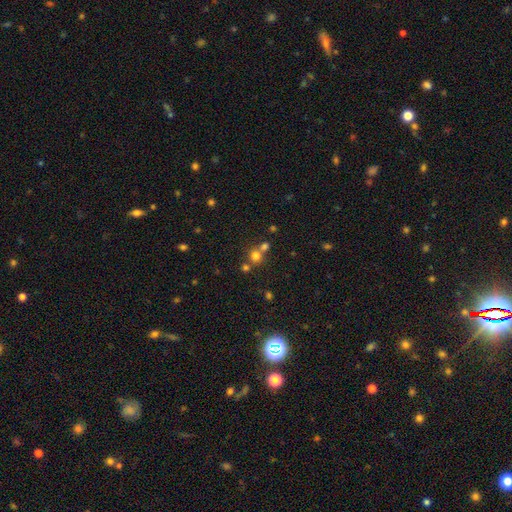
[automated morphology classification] Q: Smooth or featured?
A: smooth (70%); runner-up: star or artifact (20%)
Q: How rounded?
A: round (90%); runner-up: in between (9%)
Q: Merging?
A: none (54%); runner-up: merger (37%)